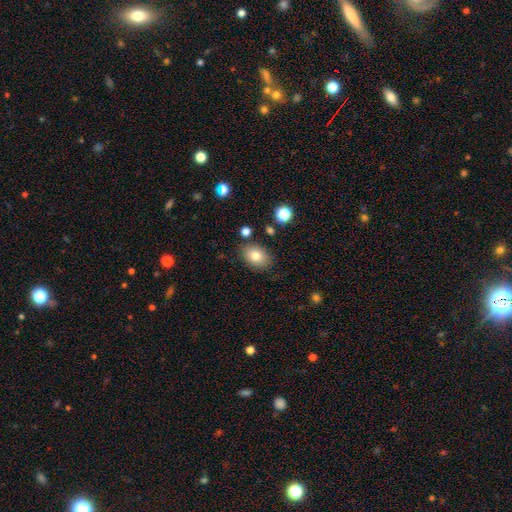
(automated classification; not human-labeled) smooth_or_featured: smooth (p=0.81) [alt: featured or disk p=0.10]
how_rounded: in between (p=0.79) [alt: round p=0.20]
merging: none (p=0.83) [alt: minor disturbance p=0.11]